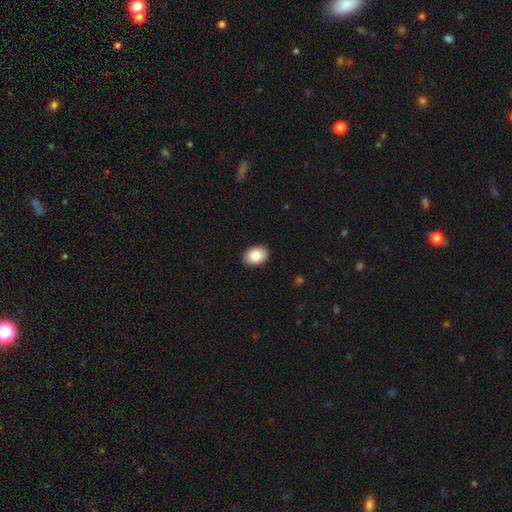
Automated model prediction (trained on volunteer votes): smooth 86%, star or artifact 7%, featured or disk 7%. Down the decision tree: how rounded — in between (79%); merging — none (90%).